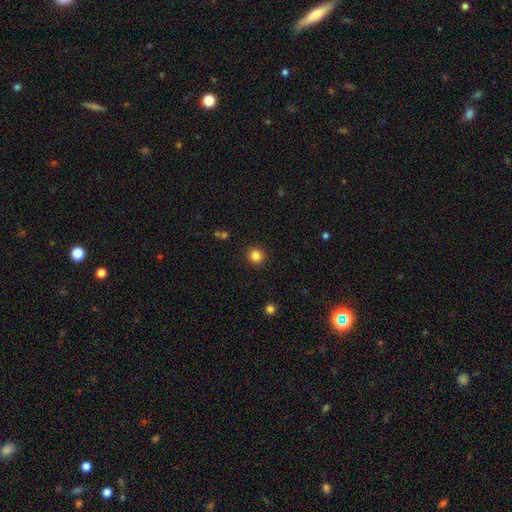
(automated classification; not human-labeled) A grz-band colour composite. It shows a smooth galaxy with no disk features (84%) that is round (95%). Merging: none (92%).